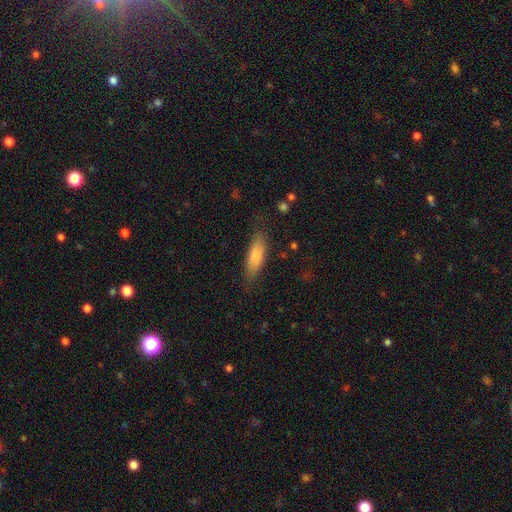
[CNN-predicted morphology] type=smooth (79%); roundness=in between (55%); merging=none (75%).